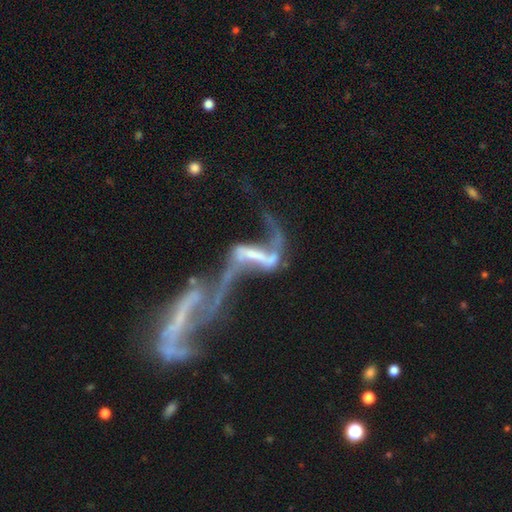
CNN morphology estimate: Smooth or featured? Predicted: featured or disk (p=0.81). Edge-on disk? Predicted: no (p=0.91). Bar? Predicted: strong (p=0.44). Spiral arms? Predicted: yes (p=0.75). Spiral winding? Predicted: loose (p=0.89). Spiral arm count? Predicted: 2 (p=0.82). Bulge size? Predicted: none (p=0.47). Merging? Predicted: merger (p=0.63).